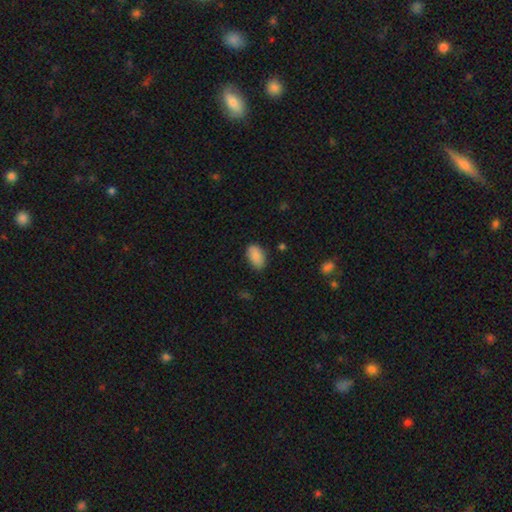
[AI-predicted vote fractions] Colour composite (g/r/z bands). It shows a smooth galaxy with no disk features (87%) that is in between round and cigar-shaped (93%). Merging: none (82%).